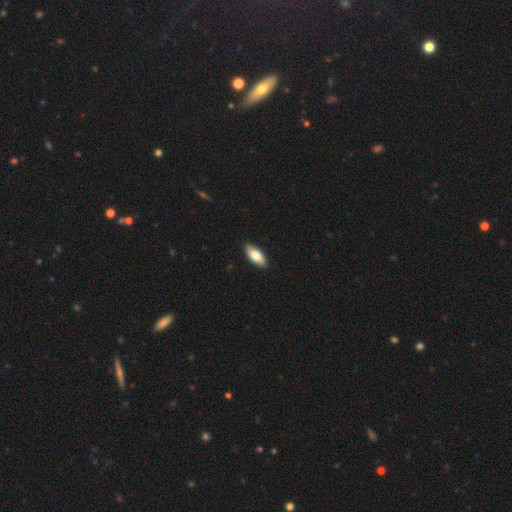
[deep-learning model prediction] Overall: smooth (75%). How rounded: in between (82%). Merging: none (90%).